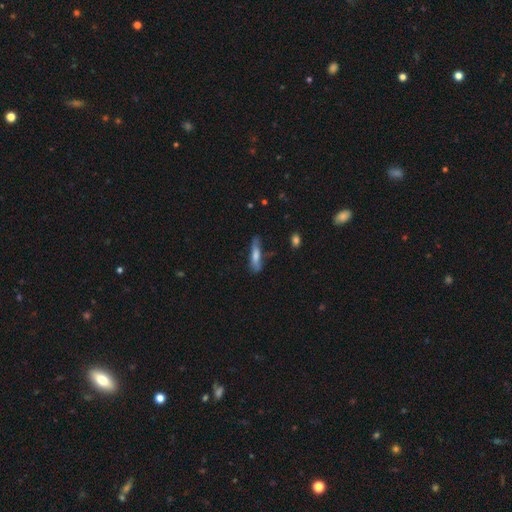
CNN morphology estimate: Smooth or featured? Predicted: smooth (p=0.64). How rounded? Predicted: cigar-shaped (p=0.78). Merging? Predicted: none (p=0.67).